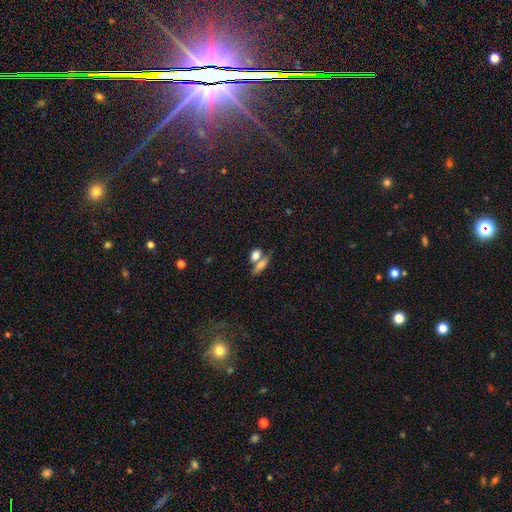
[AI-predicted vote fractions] A smooth galaxy with no disk features (77%) that is in between round and cigar-shaped (64%). Merging: merger (45%).